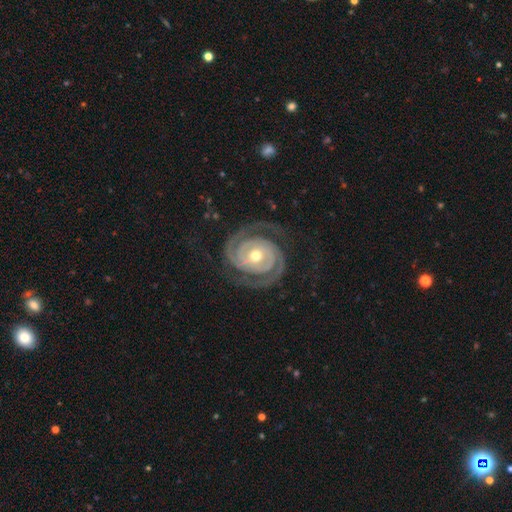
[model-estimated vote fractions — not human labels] A featured or disk galaxy (93%) with no bar (58%), 2 (87%) tight (75%) spiral arms (99%) and a moderate central bulge (65%).

Vote fractions:
- Smooth or featured? featured or disk: 93% / star or artifact: 4% / smooth: 3%
- Edge-on disk? no: 98% / yes: 2%
- Bar? no: 58% / weak: 24% / strong: 19%
- Spiral arms? yes: 99% / no: 1%
- Spiral winding? tight: 75% / medium: 21% / loose: 4%
- Spiral arm count? 2: 87% / 3: 5% / can't tell: 3% / 4: 2% / 1: 2% / more than 4: 2%
- Bulge size? moderate: 65% / small: 31% / large: 3% / dominant: 1% / none: 1%
- Merging? none: 80% / minor disturbance: 12% / major disturbance: 7% / merger: 1%